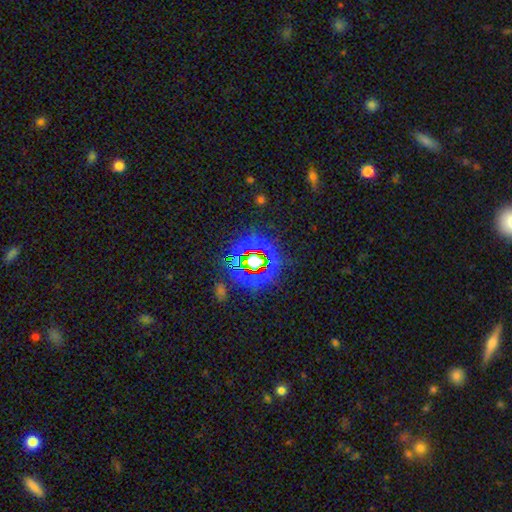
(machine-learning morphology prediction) smooth_or_featured: star or artifact (p=0.80) [alt: smooth p=0.11]